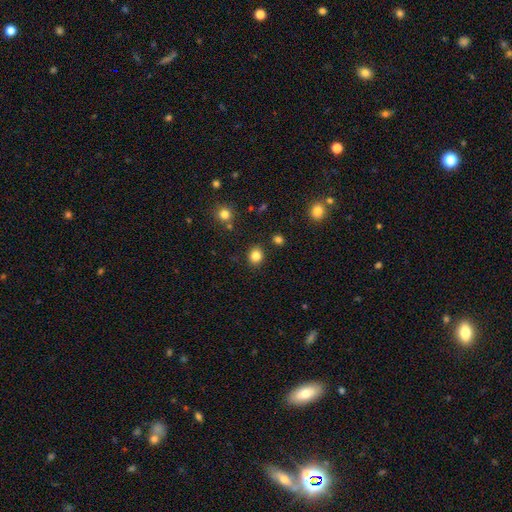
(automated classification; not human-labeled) Morphology: type=smooth (84%); roundness=round (73%); merging=none (87%).